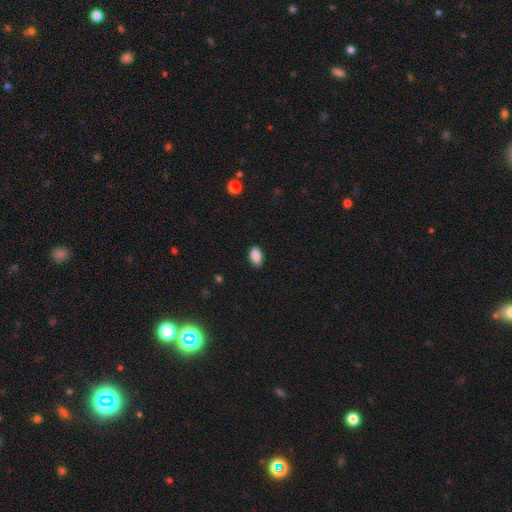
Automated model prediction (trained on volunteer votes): Smooth or featured? Predicted: smooth (p=0.89). How rounded? Predicted: in between (p=0.93). Merging? Predicted: none (p=0.87).